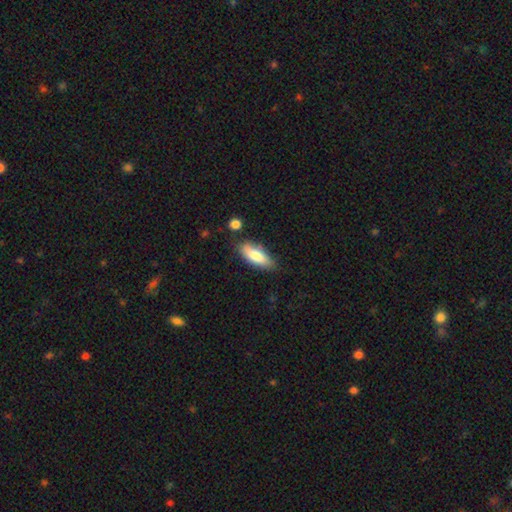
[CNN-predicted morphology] smooth 80%, featured or disk 13%, star or artifact 6%. Down the decision tree: how rounded — in between (70%); merging — none (73%).